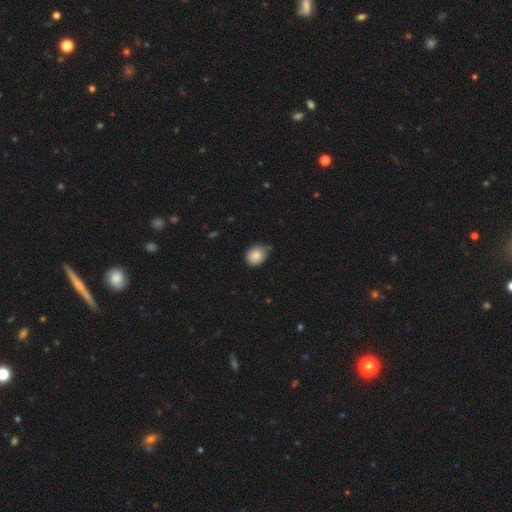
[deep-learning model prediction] Smooth or featured? Predicted: smooth (p=0.87). How rounded? Predicted: round (p=0.61). Merging? Predicted: none (p=0.65).